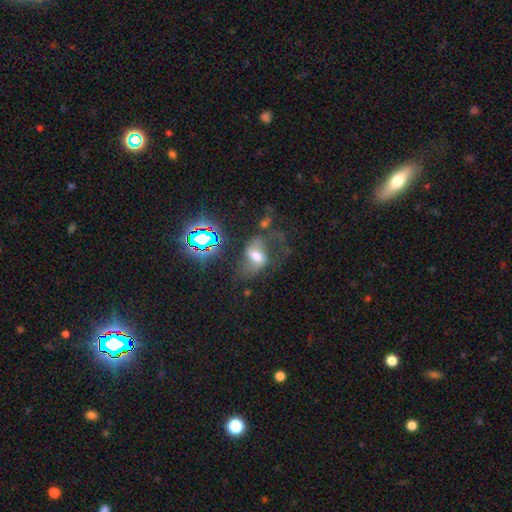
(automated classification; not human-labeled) This is possibly a featured or disk galaxy (49%). Merging: marginally none (42%).